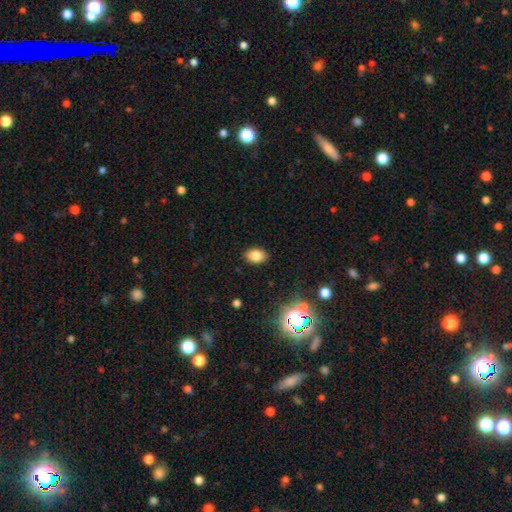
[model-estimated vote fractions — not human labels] smooth 81%, star or artifact 12%, featured or disk 7%. Down the decision tree: how rounded — in between (84%); merging — none (88%).